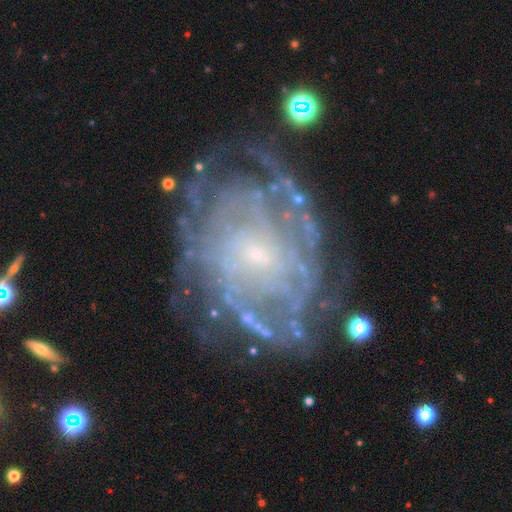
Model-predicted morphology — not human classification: type=featured or disk (83%); edge-on=no (97%); bar=no (64%); spiral arms=yes (82%); winding=tight (66%); arm count=can't tell (53%); bulge=small (73%); merging=none (66%).